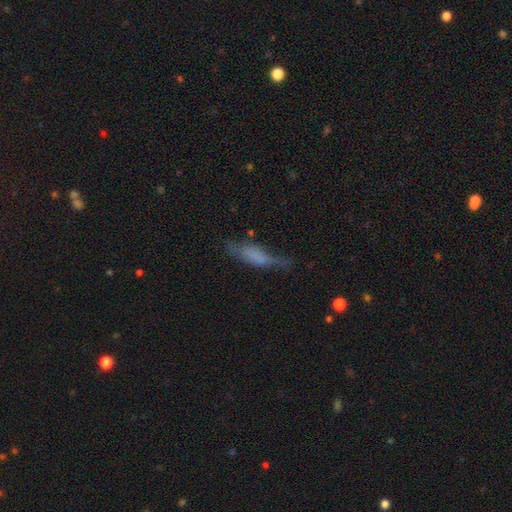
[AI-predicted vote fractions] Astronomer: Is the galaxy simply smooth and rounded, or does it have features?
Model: smooth — 55% (runner-up: featured or disk, 35%).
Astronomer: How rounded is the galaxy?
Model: cigar-shaped — 67%.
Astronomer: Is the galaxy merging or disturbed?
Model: none — 47% (runner-up: minor disturbance, 30%).